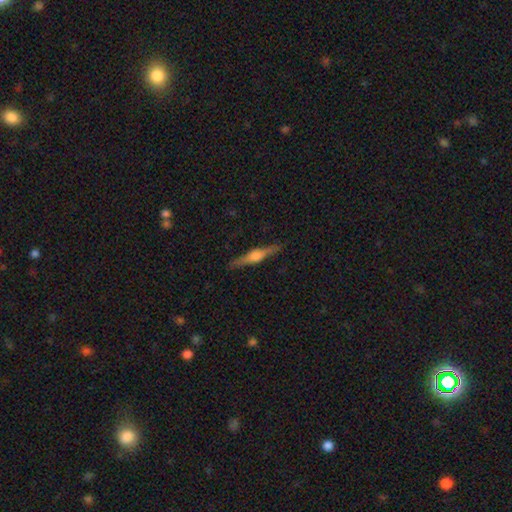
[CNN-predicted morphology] This appears to be a featured or disk galaxy (73%) viewed edge-on (98%) with a rounded central bulge (88%). Merging: none (90%).